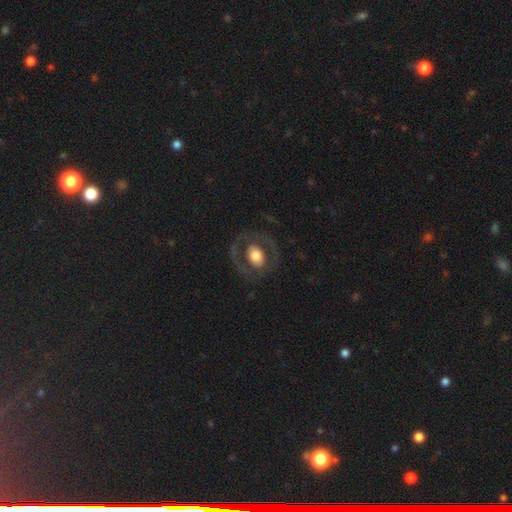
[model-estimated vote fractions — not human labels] The model was most divided on "smooth or featured": featured or disk: 52%, smooth: 42%, star or artifact: 6%. More confident: edge-on disk — no (95%); merging — none (74%).